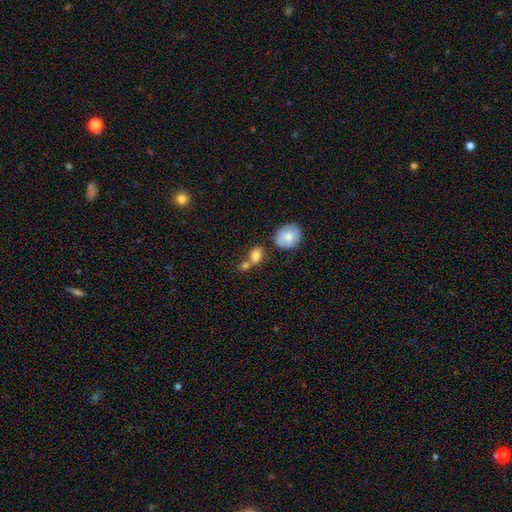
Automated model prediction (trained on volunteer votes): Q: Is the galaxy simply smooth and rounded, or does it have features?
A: smooth — 81%.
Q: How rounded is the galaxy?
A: in between — 67%.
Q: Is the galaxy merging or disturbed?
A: merger — 44%.